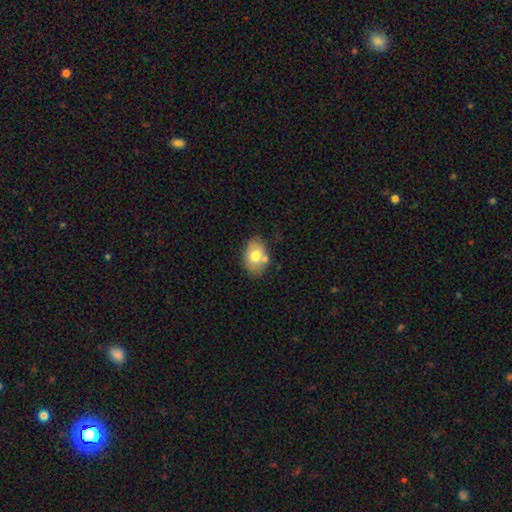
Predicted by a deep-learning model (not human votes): This is likely a smooth galaxy (70%). How rounded: likely in between (78%). Merging: likely none (67%).